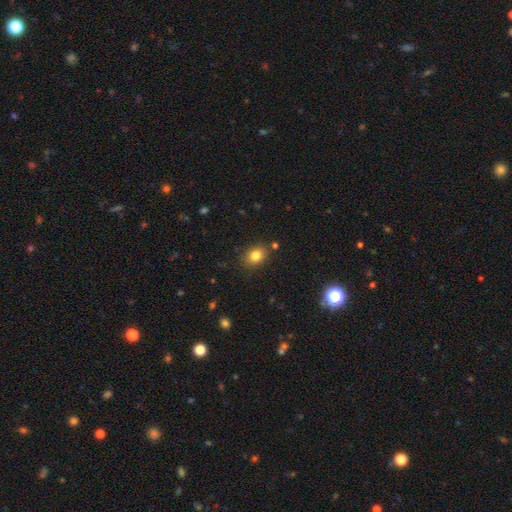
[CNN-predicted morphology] A smooth galaxy with no disk features (81%) that is in between round and cigar-shaped (57%).

Vote fractions:
- Smooth or featured? smooth: 81% / star or artifact: 11% / featured or disk: 7%
- How rounded? in between: 57% / round: 42% / cigar-shaped: 1%
- Merging? none: 83% / minor disturbance: 11% / merger: 3% / major disturbance: 3%